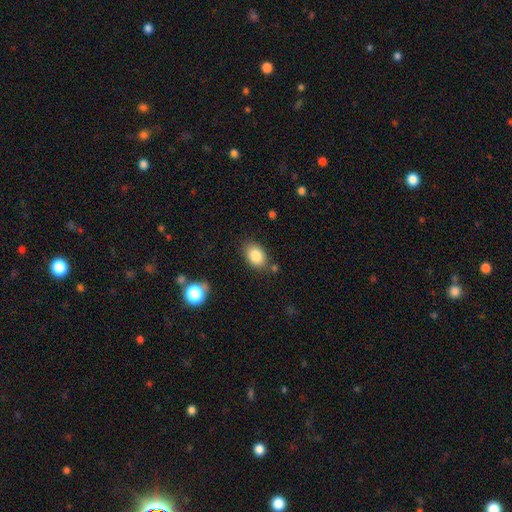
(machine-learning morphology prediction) Smooth or featured? Predicted: smooth (p=0.85). How rounded? Predicted: in between (p=0.82). Merging? Predicted: none (p=0.79).